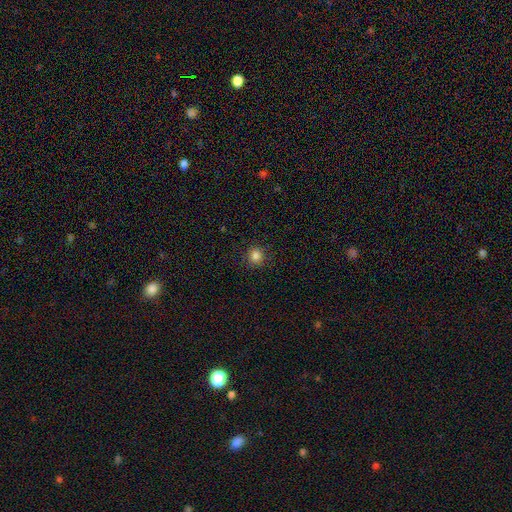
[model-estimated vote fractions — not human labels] Overall: smooth (84%). How rounded: round (91%). Merging: none (91%).